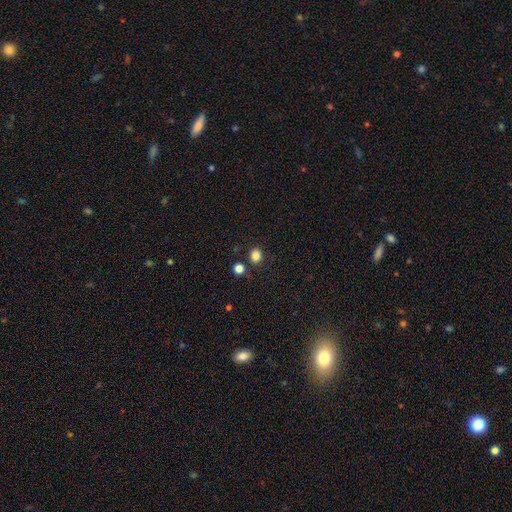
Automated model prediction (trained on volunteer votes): smooth_or_featured: smooth (p=0.84) [alt: star or artifact p=0.12]
how_rounded: round (p=0.73) [alt: in between p=0.27]
merging: none (p=0.84) [alt: minor disturbance p=0.08]